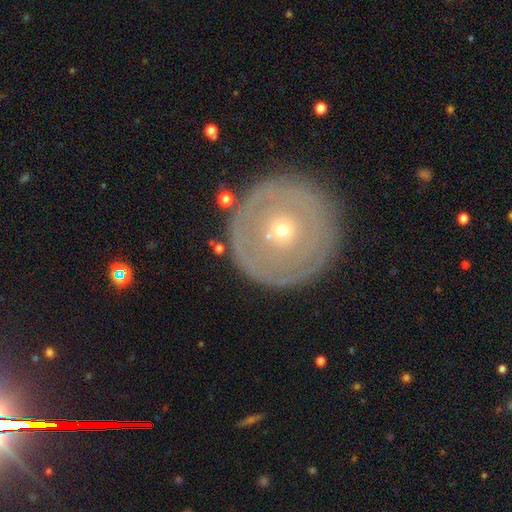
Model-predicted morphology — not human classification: Smooth or featured?
  - featured or disk: 59% *
  - smooth: 33%
  - star or artifact: 8%
Edge-on disk?
  - no: 94% *
  - yes: 6%
Bar?
  - no: 90% *
  - weak: 7%
  - strong: 3%
Spiral arms?
  - no: 72% *
  - yes: 28%
Bulge size?
  - small: 70% *
  - moderate: 27%
  - large: 1%
  - dominant: 1%
  - none: 1%
Merging?
  - none: 86% *
  - minor disturbance: 9%
  - major disturbance: 4%
  - merger: 2%